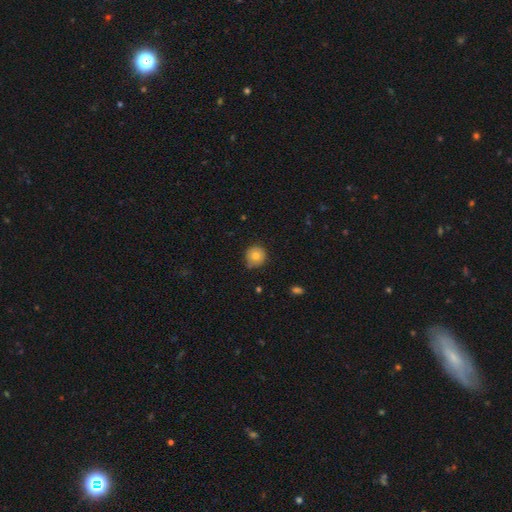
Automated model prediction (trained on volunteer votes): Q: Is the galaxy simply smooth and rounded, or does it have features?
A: smooth — 76%.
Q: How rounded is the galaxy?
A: round — 93%.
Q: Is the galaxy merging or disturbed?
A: none — 79%.